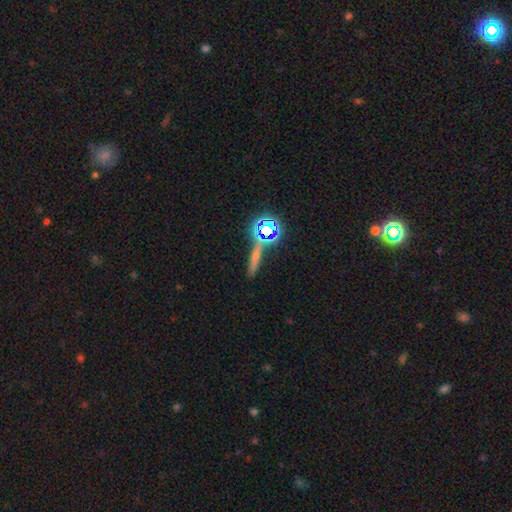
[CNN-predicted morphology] The model was most divided on "smooth or featured": smooth: 44%, star or artifact: 32%, featured or disk: 24%. More confident: merging — none (75%).